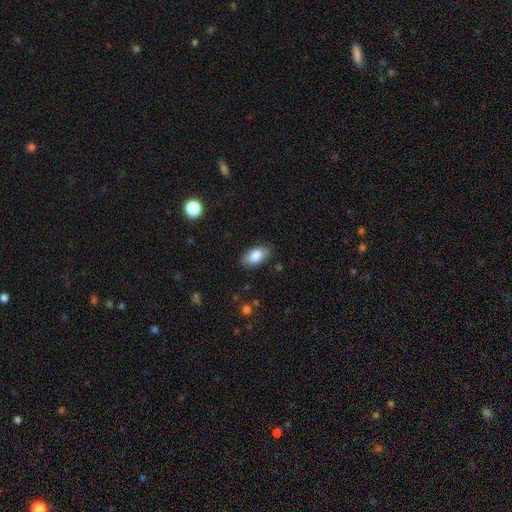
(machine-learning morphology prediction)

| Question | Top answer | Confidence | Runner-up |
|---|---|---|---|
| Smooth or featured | smooth | 83% | featured or disk (10%) |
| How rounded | in between | 93% | round (4%) |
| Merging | none | 85% | minor disturbance (11%) |